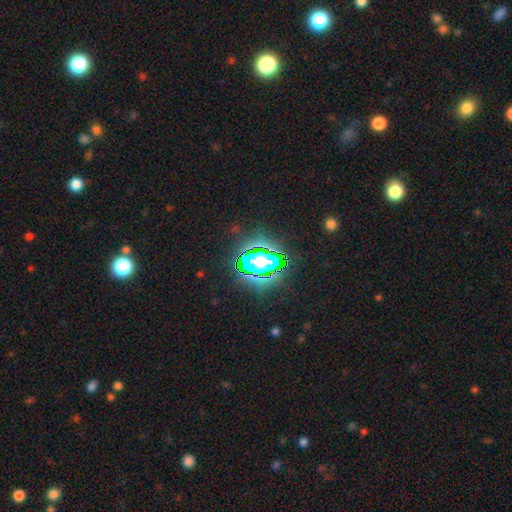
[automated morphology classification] Smooth or featured?
  - star or artifact: 72% *
  - smooth: 16%
  - featured or disk: 12%